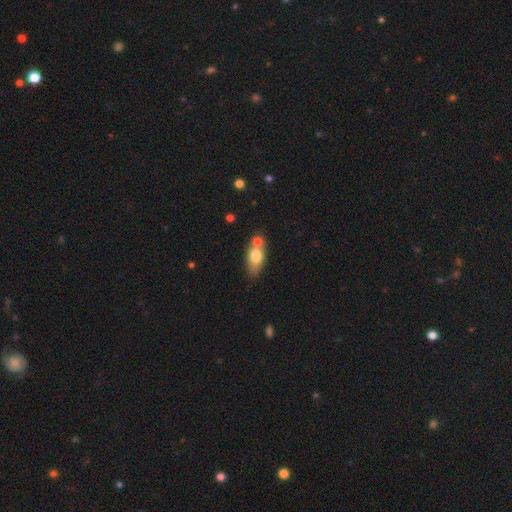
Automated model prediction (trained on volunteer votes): Smooth or featured?
  - smooth: 73% *
  - featured or disk: 20%
  - star or artifact: 7%
How rounded?
  - in between: 79% *
  - cigar-shaped: 12%
  - round: 9%
Merging?
  - none: 44% *
  - merger: 36%
  - minor disturbance: 15%
  - major disturbance: 5%